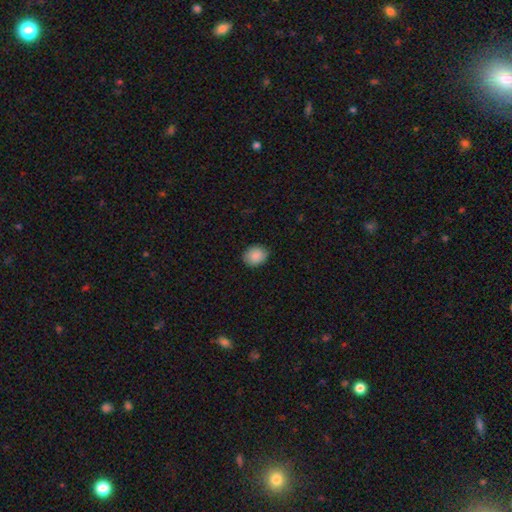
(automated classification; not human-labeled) This is clearly a smooth galaxy (89%). How rounded: likely round (63%). Merging: clearly none (84%).